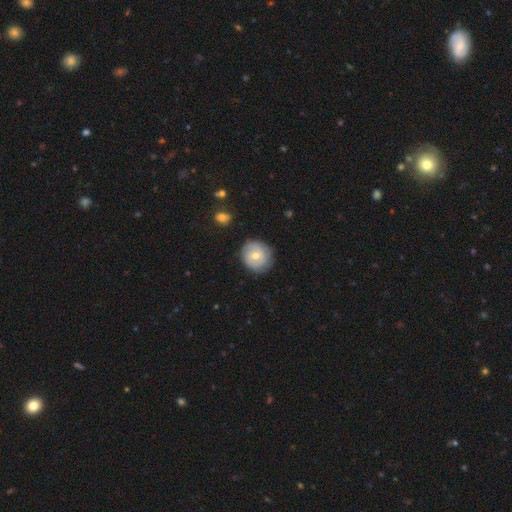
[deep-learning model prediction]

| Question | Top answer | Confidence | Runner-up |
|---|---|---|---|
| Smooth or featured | smooth | 48% | featured or disk (45%) |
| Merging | none | 79% | minor disturbance (16%) |